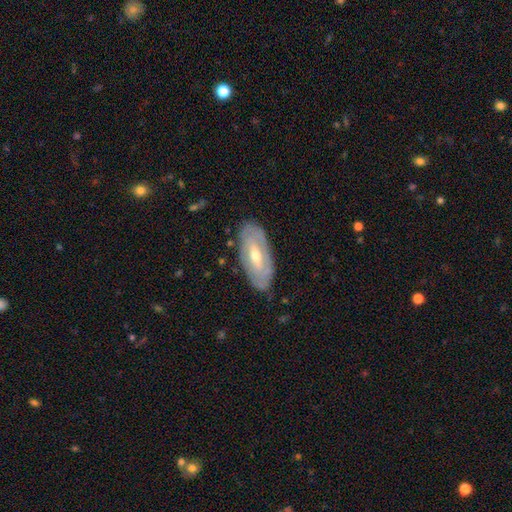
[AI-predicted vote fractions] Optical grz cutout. It shows a featured or disk galaxy (69%) with a weak bar (40%), spiral arms (55%) and a moderate central bulge (58%). Merging: none (83%).